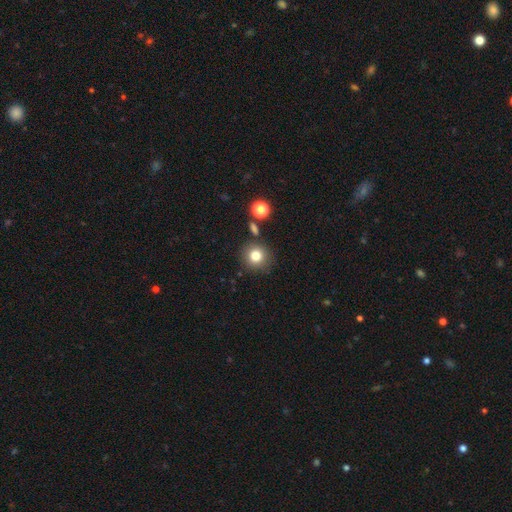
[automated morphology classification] smooth 79%, star or artifact 13%, featured or disk 8%. Down the decision tree: how rounded — round (91%); merging — none (82%).